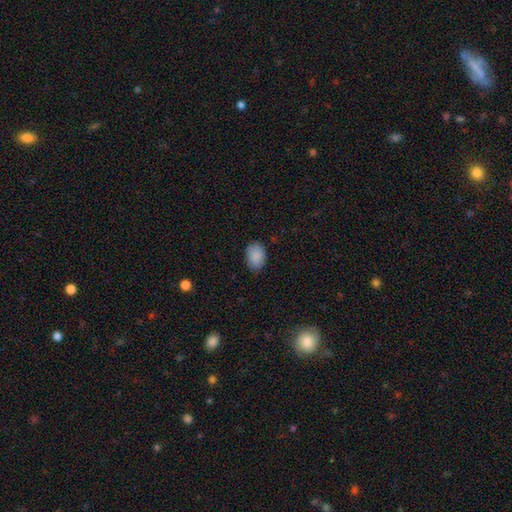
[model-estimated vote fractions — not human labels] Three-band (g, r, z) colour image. It shows a smooth galaxy with no disk features (89%) that is in between round and cigar-shaped (81%). Merging: none (84%).